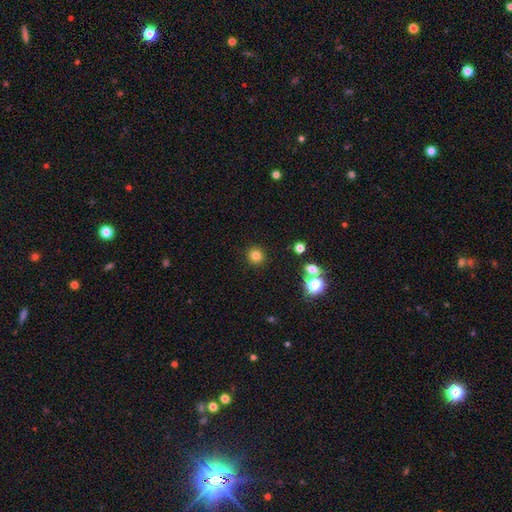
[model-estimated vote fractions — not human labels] smooth-or-featured: smooth: 80% | star or artifact: 15% | featured or disk: 6%
  how-rounded: round: 94% | in between: 5% | cigar-shaped: 1%
  merging: none: 91% | minor disturbance: 5% | merger: 2% | major disturbance: 2%